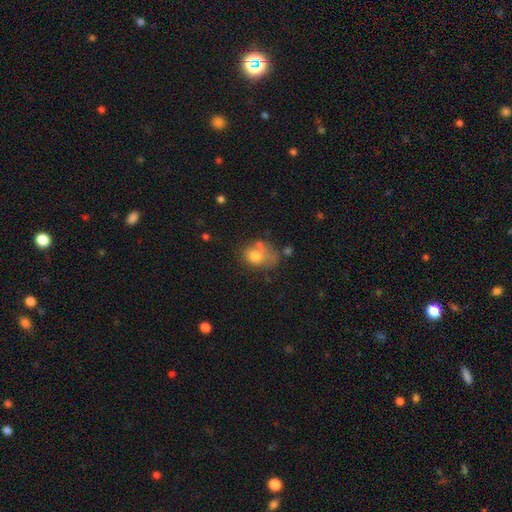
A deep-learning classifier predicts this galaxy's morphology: Smooth or featured? Predicted: smooth (p=0.71). How rounded? Predicted: in between (p=0.57). Merging? Predicted: none (p=0.34).